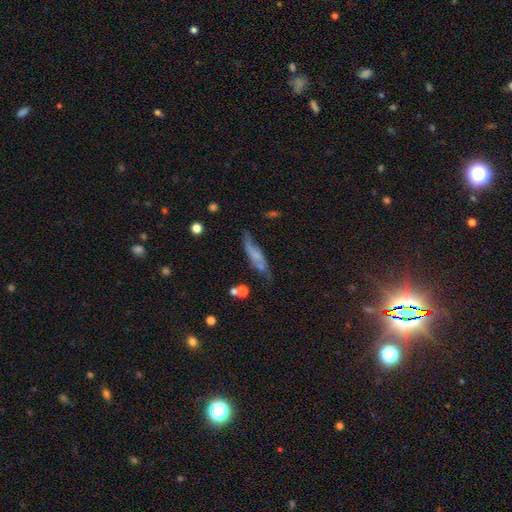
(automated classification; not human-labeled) Smooth or featured?
  - featured or disk: 51% *
  - smooth: 39%
  - star or artifact: 10%
Edge-on disk?
  - no: 64% *
  - yes: 36%
Merging?
  - none: 52% *
  - minor disturbance: 27%
  - major disturbance: 14%
  - merger: 7%